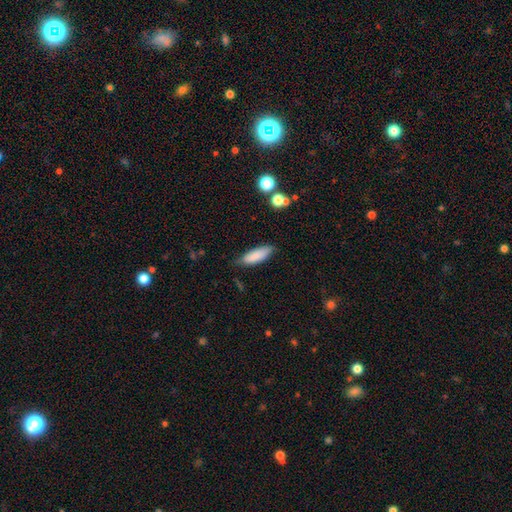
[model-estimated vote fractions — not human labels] Q: Smooth or featured?
A: smooth (86%); runner-up: featured or disk (7%)
Q: How rounded?
A: in between (56%); runner-up: cigar-shaped (43%)
Q: Merging?
A: none (76%); runner-up: minor disturbance (19%)